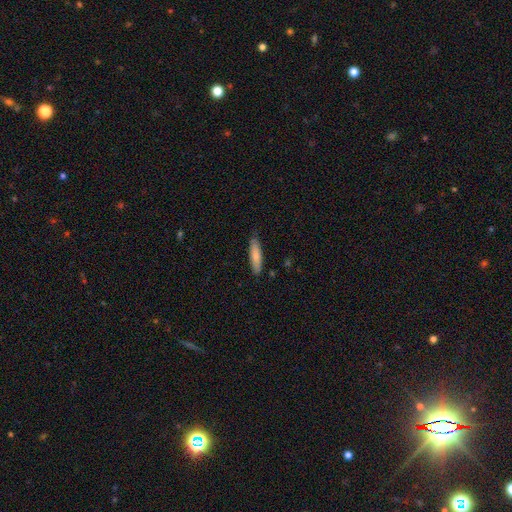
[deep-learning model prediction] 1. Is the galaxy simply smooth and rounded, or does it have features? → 78% smooth, 16% featured or disk, 5% star or artifact.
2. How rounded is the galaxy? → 71% cigar-shaped, 28% in between, 1% round.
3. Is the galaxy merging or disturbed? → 82% none, 14% minor disturbance, 2% major disturbance, 1% merger.